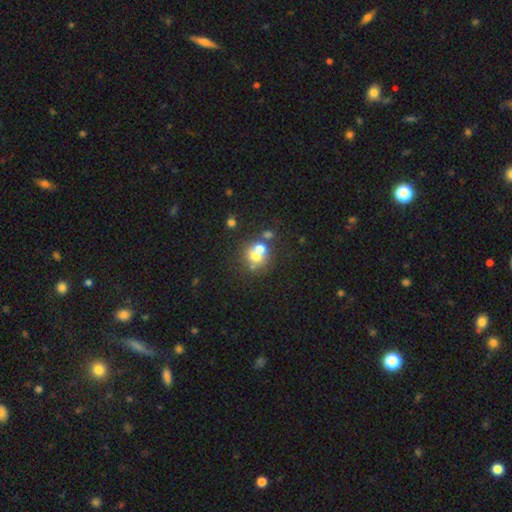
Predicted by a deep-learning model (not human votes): Smooth or featured?
  - smooth: 61% *
  - featured or disk: 24%
  - star or artifact: 15%
How rounded?
  - round: 81% *
  - in between: 18%
  - cigar-shaped: 1%
Merging?
  - merger: 48% *
  - none: 40%
  - minor disturbance: 8%
  - major disturbance: 4%